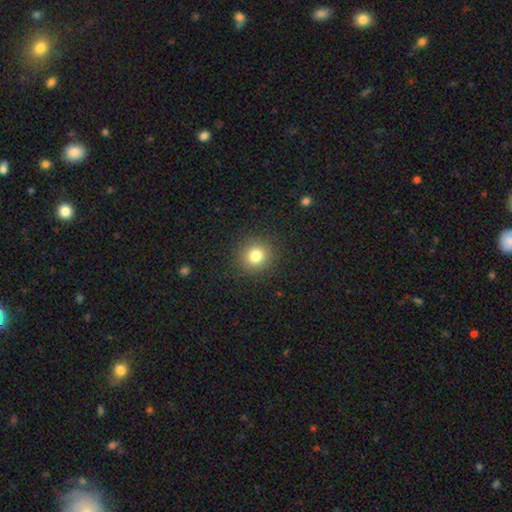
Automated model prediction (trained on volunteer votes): Overall: smooth (80%). How rounded: round (92%). Merging: none (90%).